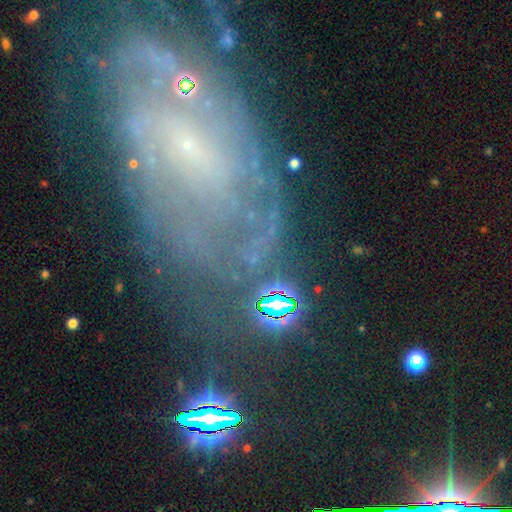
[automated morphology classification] smooth_or_featured: star or artifact (p=0.54) [alt: featured or disk p=0.28]